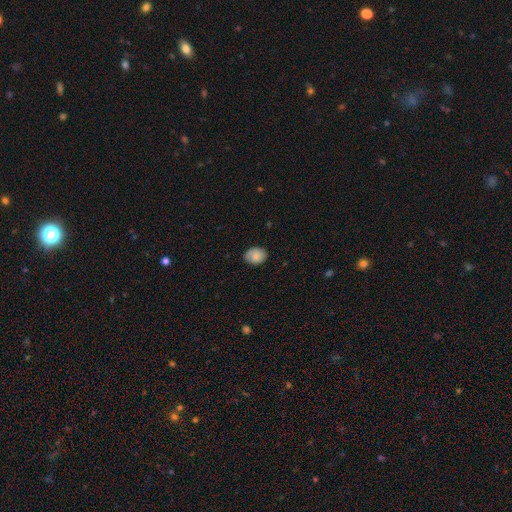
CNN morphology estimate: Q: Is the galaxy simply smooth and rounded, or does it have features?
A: smooth — 77%.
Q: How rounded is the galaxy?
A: in between — 64%.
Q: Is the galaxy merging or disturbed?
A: none — 77%.